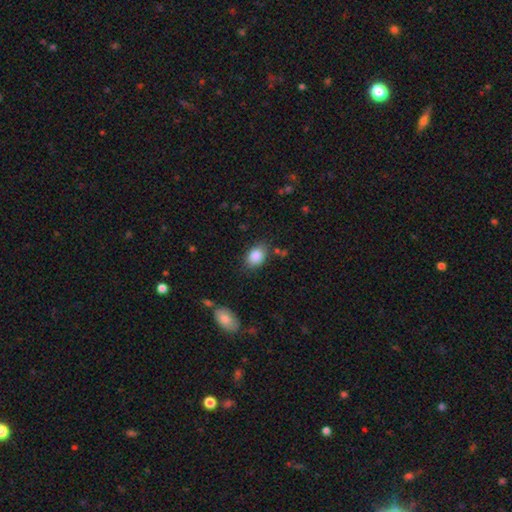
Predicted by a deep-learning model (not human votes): Morphology: type=smooth (87%); roundness=in between (74%); merging=none (77%).